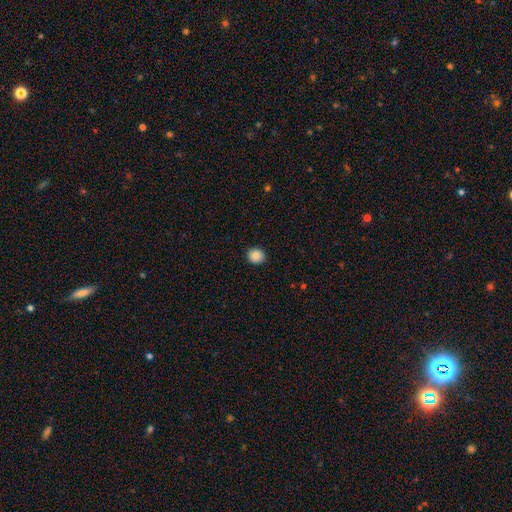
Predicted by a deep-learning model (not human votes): Overall: smooth (86%). How rounded: round (86%). Merging: none (91%).